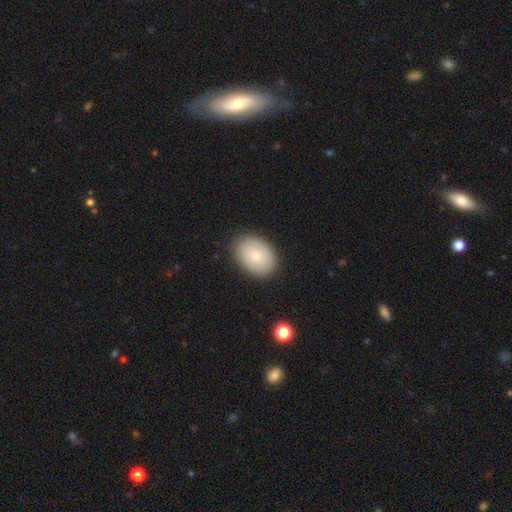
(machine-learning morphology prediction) A smooth galaxy with no disk features (72%) that is in between round and cigar-shaped (77%).

Vote fractions:
- Smooth or featured? smooth: 72% / featured or disk: 22% / star or artifact: 7%
- How rounded? in between: 77% / round: 22% / cigar-shaped: 1%
- Merging? none: 86% / minor disturbance: 10% / major disturbance: 2% / merger: 1%